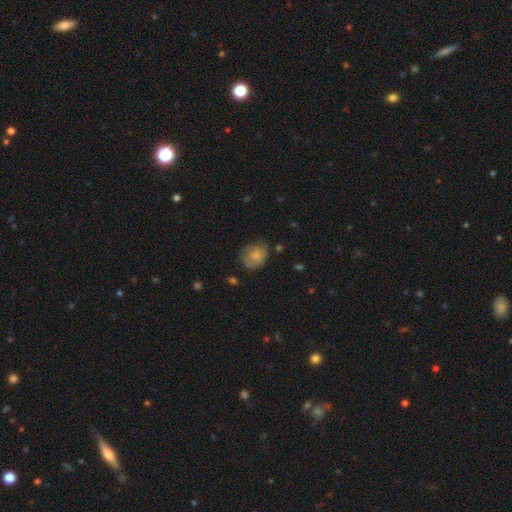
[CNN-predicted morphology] This appears to be a smooth galaxy with no disk features (66%) that is round (59%). Merging: none (59%).